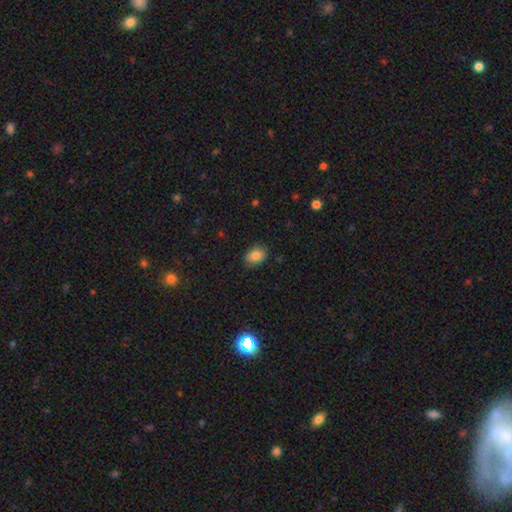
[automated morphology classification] smooth 83%, star or artifact 9%, featured or disk 8%. Down the decision tree: how rounded — in between (75%); merging — none (82%).